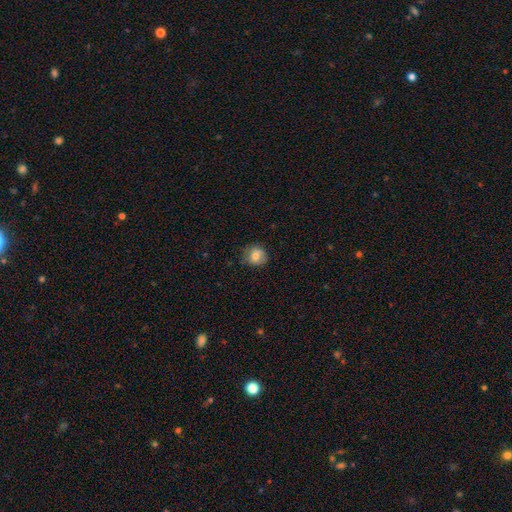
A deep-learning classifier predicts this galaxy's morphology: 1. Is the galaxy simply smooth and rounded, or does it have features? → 75% smooth, 16% featured or disk, 9% star or artifact.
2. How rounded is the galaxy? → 79% round, 20% in between, 1% cigar-shaped.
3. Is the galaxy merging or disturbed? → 72% none, 21% minor disturbance, 6% major disturbance, 1% merger.